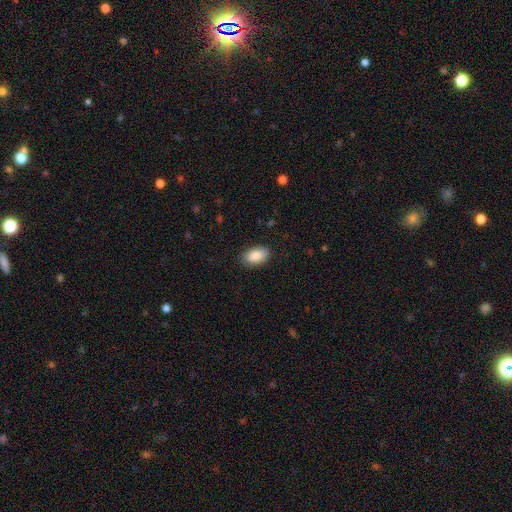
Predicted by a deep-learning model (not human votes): Overall: smooth (89%). How rounded: in between (94%). Merging: none (85%).